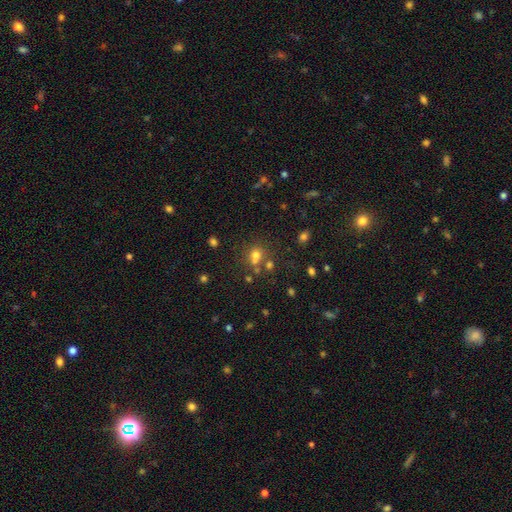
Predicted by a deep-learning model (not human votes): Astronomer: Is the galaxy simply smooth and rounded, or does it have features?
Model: smooth — 66%.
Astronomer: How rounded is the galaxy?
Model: round — 77%.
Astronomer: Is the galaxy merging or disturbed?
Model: none — 54% (runner-up: merger, 29%).